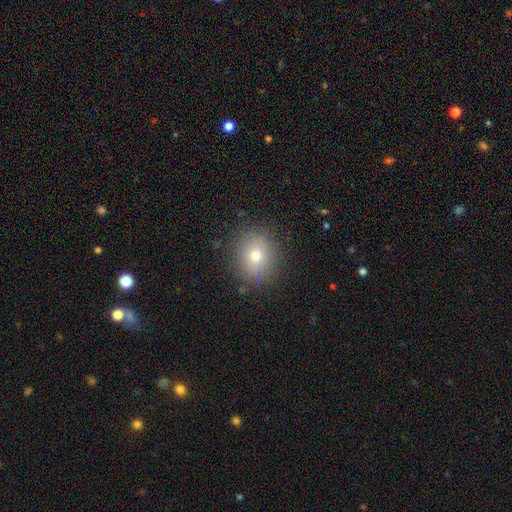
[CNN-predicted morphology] A smooth galaxy with no disk features (71%) that is round (72%).

Vote fractions:
- Smooth or featured? smooth: 71% / star or artifact: 17% / featured or disk: 11%
- How rounded? round: 72% / in between: 27% / cigar-shaped: 1%
- Merging? none: 89% / minor disturbance: 7% / major disturbance: 2% / merger: 1%